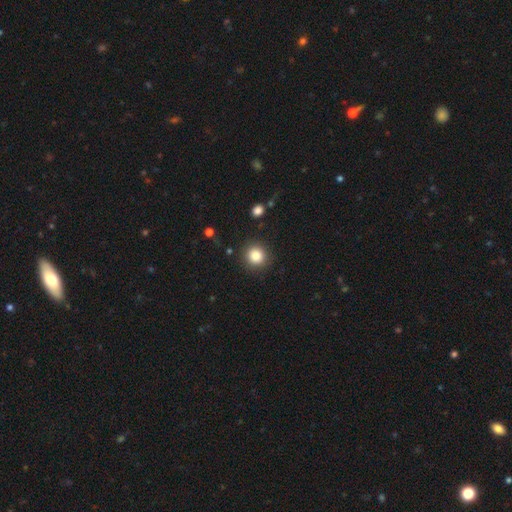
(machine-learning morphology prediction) Overall: smooth (84%). How rounded: round (92%). Merging: none (89%).